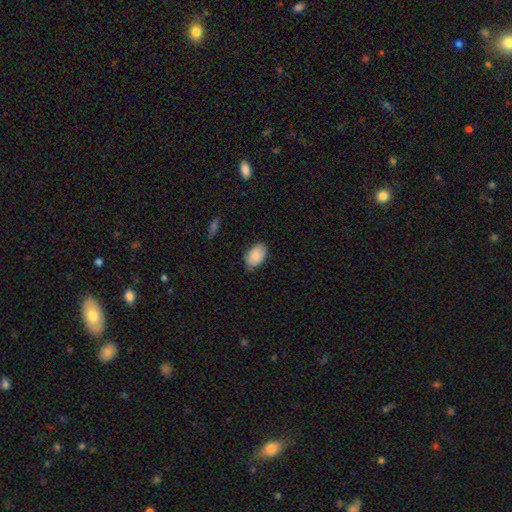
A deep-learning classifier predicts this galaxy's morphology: smooth-or-featured: smooth: 87% | star or artifact: 6% | featured or disk: 6%
  how-rounded: in between: 90% | round: 9% | cigar-shaped: 1%
  merging: none: 75% | minor disturbance: 20% | major disturbance: 3% | merger: 1%